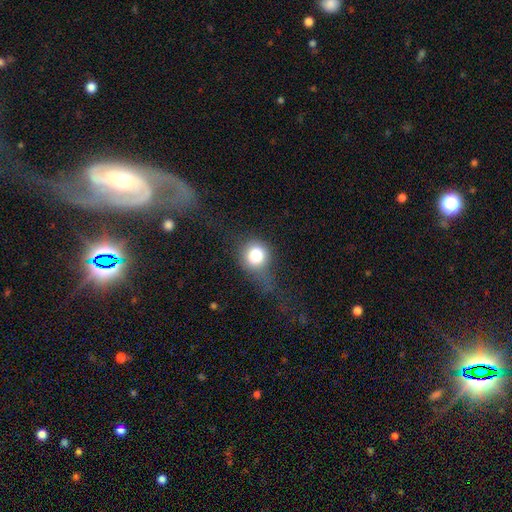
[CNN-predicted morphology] Smooth or featured? Predicted: smooth (p=0.77). How rounded? Predicted: round (p=0.86). Merging? Predicted: none (p=0.46).